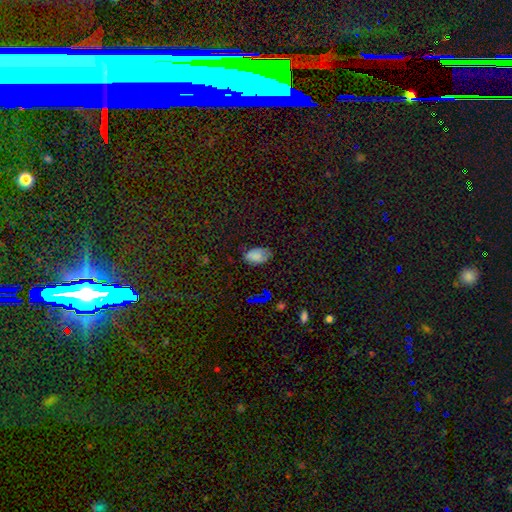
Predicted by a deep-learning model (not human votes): Overall: smooth (76%). How rounded: in between (92%). Merging: none (66%).